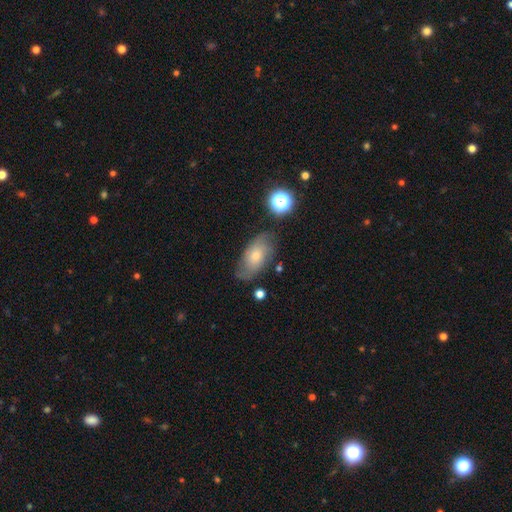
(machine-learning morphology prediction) type=smooth (51%); roundness=in between (89%); merging=none (67%).